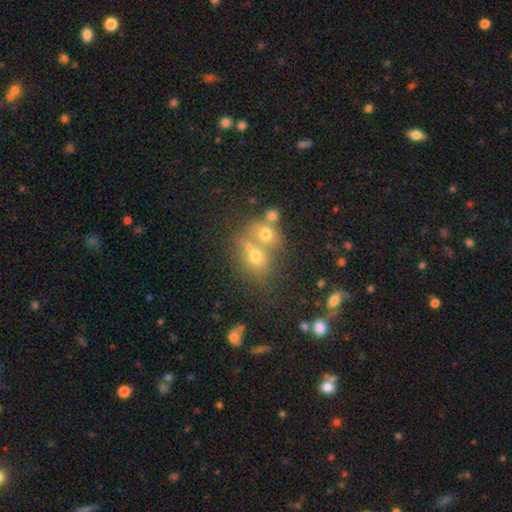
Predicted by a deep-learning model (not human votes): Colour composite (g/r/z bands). It shows a smooth galaxy with no disk features (58%) that is round (64%). Merging: merger (52%).